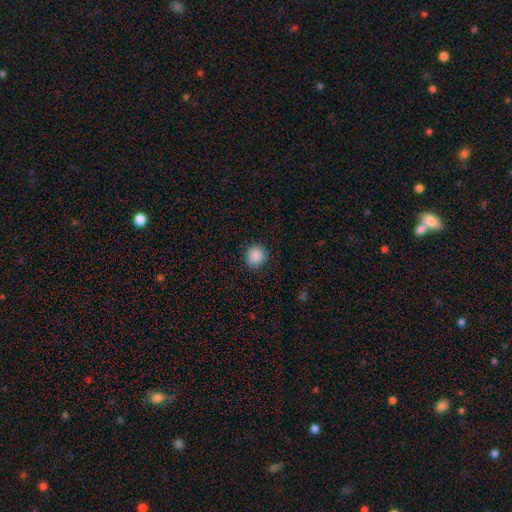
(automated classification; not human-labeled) A smooth galaxy with no disk features (88%) that is round (87%). Merging: none (88%).